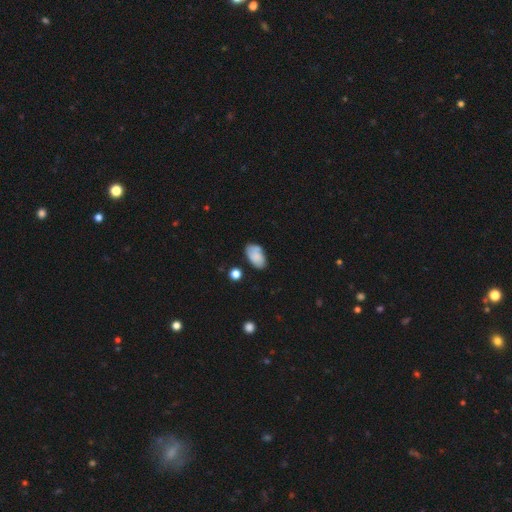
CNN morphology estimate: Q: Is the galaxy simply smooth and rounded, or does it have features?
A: smooth — 77%.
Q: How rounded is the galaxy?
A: in between — 94%.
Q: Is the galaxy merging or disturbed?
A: none — 66%.